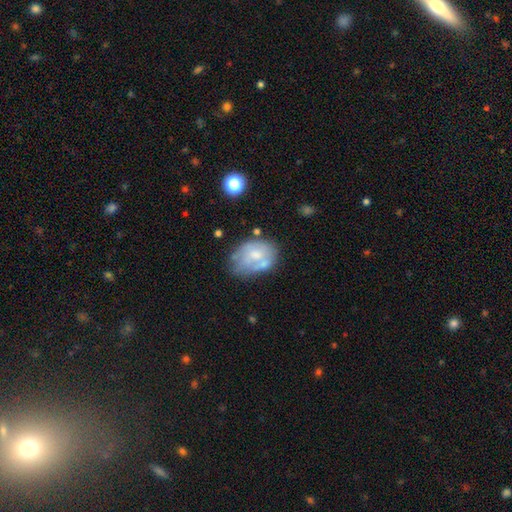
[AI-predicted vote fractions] Morphology: type=smooth (48%); merging=none (43%).